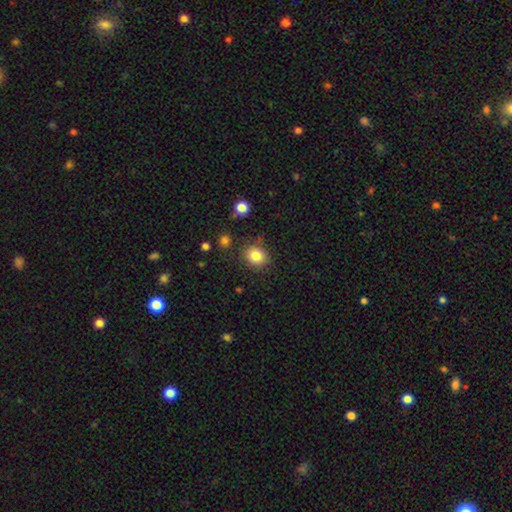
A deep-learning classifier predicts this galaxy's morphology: This appears to be a smooth galaxy with no disk features (84%) that is round (70%). Merging: none (82%).